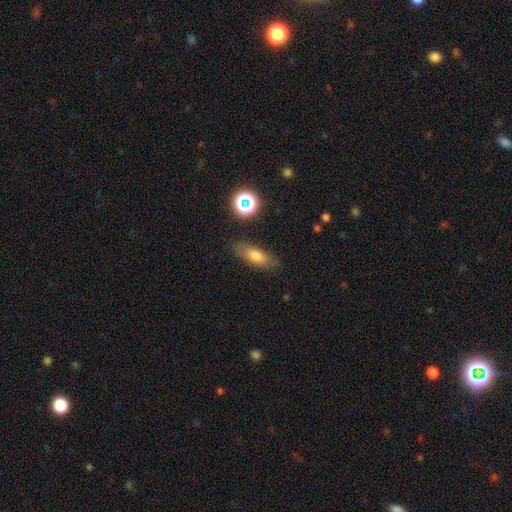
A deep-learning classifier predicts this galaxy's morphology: A smooth galaxy with no disk features (72%) that is in between round and cigar-shaped (63%).

Vote fractions:
- Smooth or featured? smooth: 72% / featured or disk: 17% / star or artifact: 11%
- How rounded? in between: 63% / cigar-shaped: 32% / round: 6%
- Merging? none: 80% / minor disturbance: 13% / major disturbance: 4% / merger: 3%